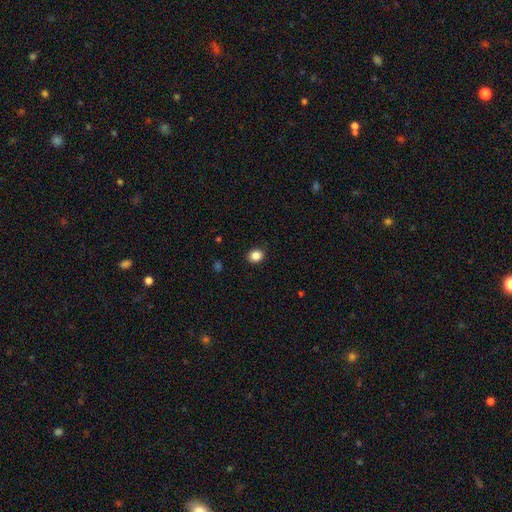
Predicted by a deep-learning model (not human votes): smooth_or_featured: smooth (p=0.86) [alt: star or artifact p=0.10]
how_rounded: round (p=0.72) [alt: in between p=0.27]
merging: none (p=0.91) [alt: minor disturbance p=0.06]